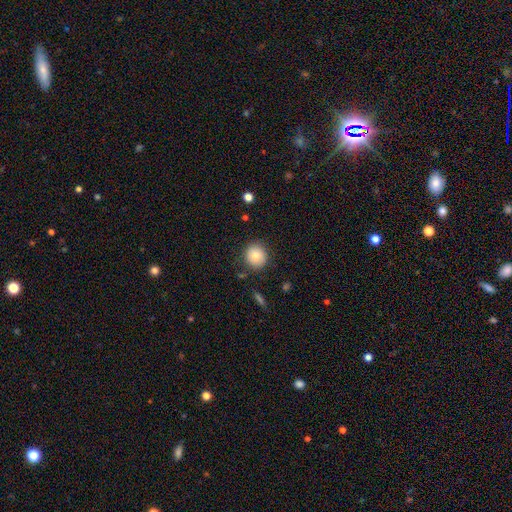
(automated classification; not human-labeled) The model was most divided on "smooth or featured": smooth: 81%, featured or disk: 10%, star or artifact: 9%. More confident: how rounded — round (88%); merging — none (86%).